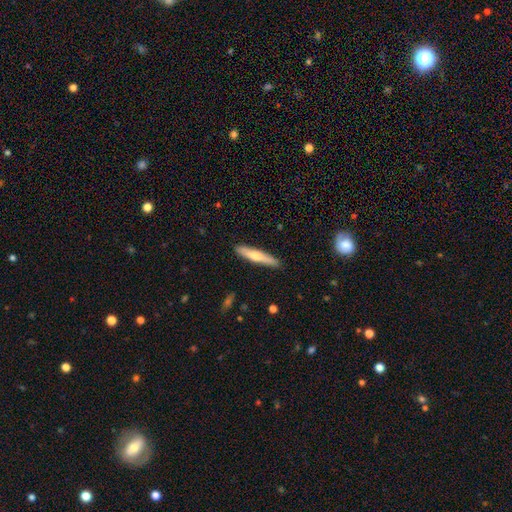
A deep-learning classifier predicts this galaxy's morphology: A smooth galaxy with no disk features (57%) that is cigar-shaped (90%).

Vote fractions:
- Smooth or featured? smooth: 57% / featured or disk: 37% / star or artifact: 5%
- How rounded? cigar-shaped: 90% / in between: 9% / round: 1%
- Merging? none: 89% / minor disturbance: 9% / major disturbance: 2% / merger: 1%